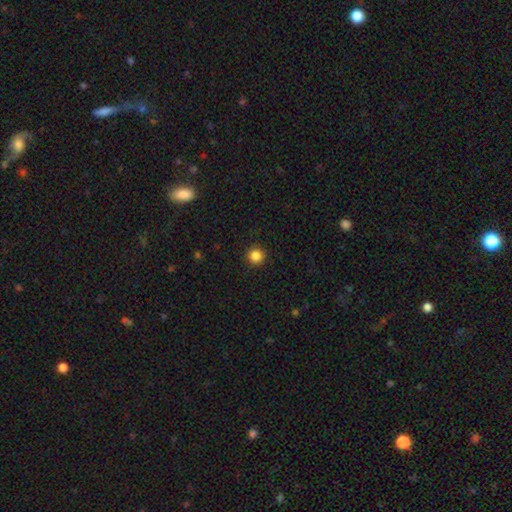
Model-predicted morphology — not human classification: This is clearly a smooth galaxy (85%). How rounded: clearly round (96%). Merging: clearly none (93%).